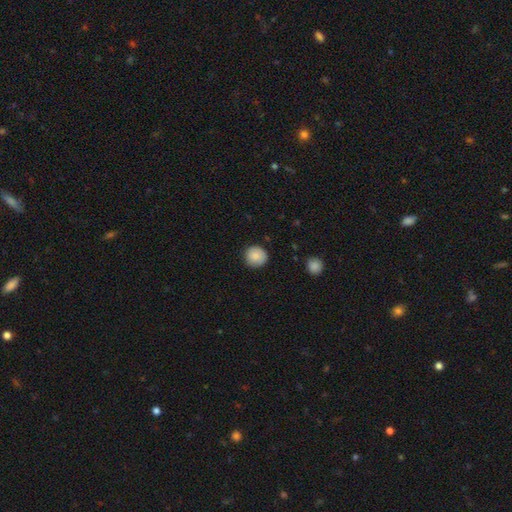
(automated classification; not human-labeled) Q: Smooth or featured?
A: smooth (87%); runner-up: star or artifact (8%)
Q: How rounded?
A: round (94%); runner-up: in between (5%)
Q: Merging?
A: none (88%); runner-up: minor disturbance (9%)